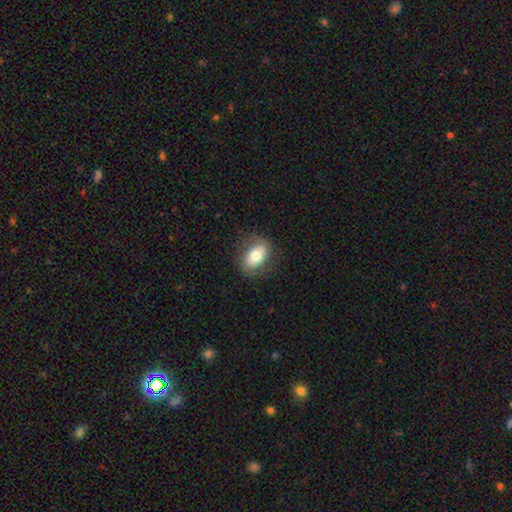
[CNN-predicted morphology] smooth 69%, featured or disk 24%, star or artifact 7%. Down the decision tree: how rounded — in between (82%); merging — none (80%).